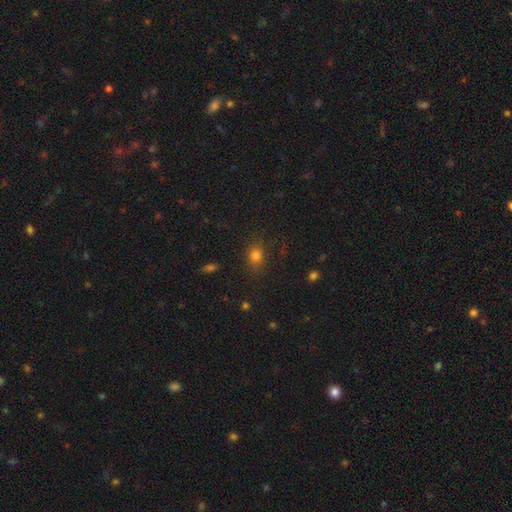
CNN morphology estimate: Smooth or featured?
  - smooth: 79% *
  - star or artifact: 14%
  - featured or disk: 7%
How rounded?
  - in between: 50% *
  - round: 48%
  - cigar-shaped: 1%
Merging?
  - none: 82% *
  - minor disturbance: 12%
  - major disturbance: 4%
  - merger: 1%